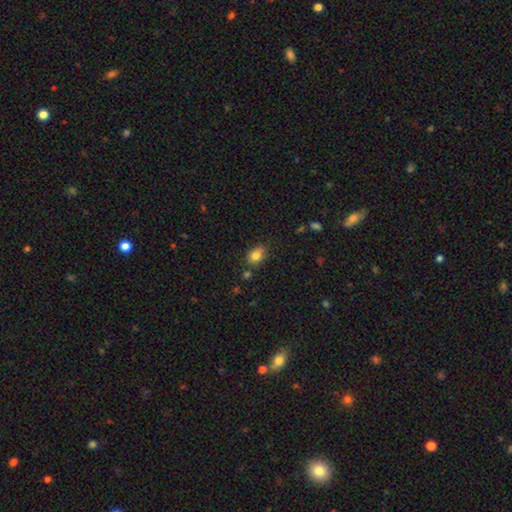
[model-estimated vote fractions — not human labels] smooth 82%, star or artifact 10%, featured or disk 8%. Down the decision tree: how rounded — in between (65%); merging — none (71%).